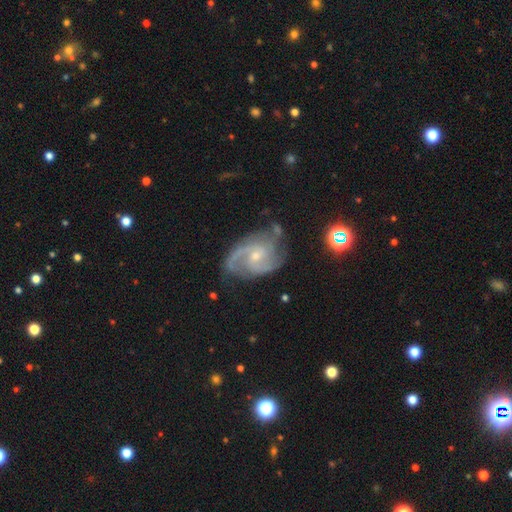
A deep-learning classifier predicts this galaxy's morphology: smooth-or-featured: featured or disk: 87% | smooth: 7% | star or artifact: 6%
  disk-edge-on: no: 97% | yes: 3%
    bar: no: 51% | weak: 43% | strong: 7%
    has-spiral-arms: yes: 97% | no: 3%
      spiral-winding: medium: 52% | tight: 26% | loose: 22%
      spiral-arm-count: 2: 58% | 3: 18% | can't tell: 12% | 1: 6% | 4: 4% | more than 4: 3%
    bulge-size: small: 55% | moderate: 40% | none: 3% | large: 2% | dominant: 1%
  merging: none: 63% | minor disturbance: 23% | major disturbance: 11% | merger: 3%